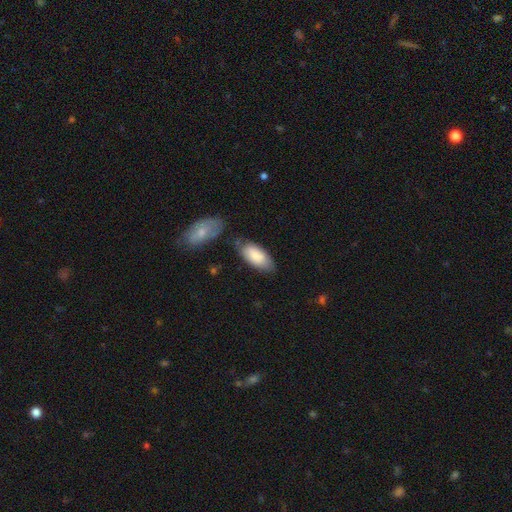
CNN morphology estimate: Smooth or featured? smooth (83%)
How rounded? in between (90%)
Merging? none (65%)